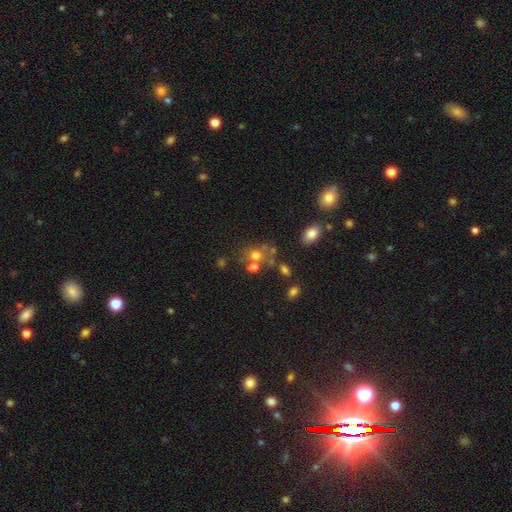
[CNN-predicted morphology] Q: Smooth or featured?
A: smooth (63%); runner-up: featured or disk (19%)
Q: How rounded?
A: round (63%); runner-up: in between (35%)
Q: Merging?
A: none (44%); runner-up: merger (35%)